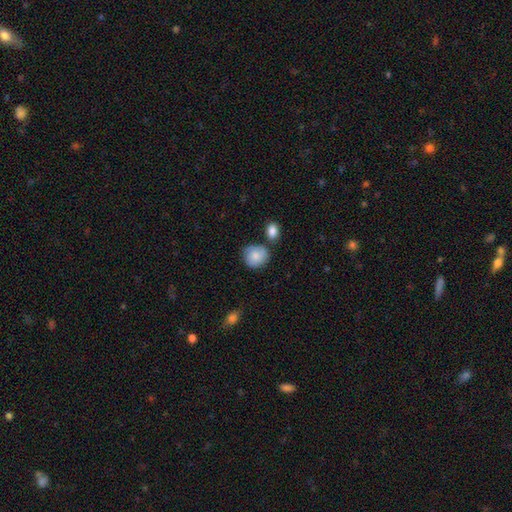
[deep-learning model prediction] A smooth galaxy with no disk features (79%) that is round (77%).

Vote fractions:
- Smooth or featured? smooth: 79% / featured or disk: 14% / star or artifact: 7%
- How rounded? round: 77% / in between: 22% / cigar-shaped: 1%
- Merging? none: 60% / minor disturbance: 24% / merger: 10% / major disturbance: 6%